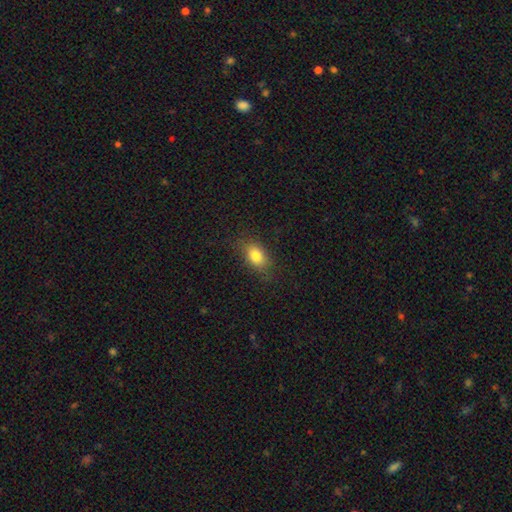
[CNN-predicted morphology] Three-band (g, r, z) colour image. It shows a smooth galaxy with no disk features (82%) that is in between round and cigar-shaped (81%). Merging: none (80%).